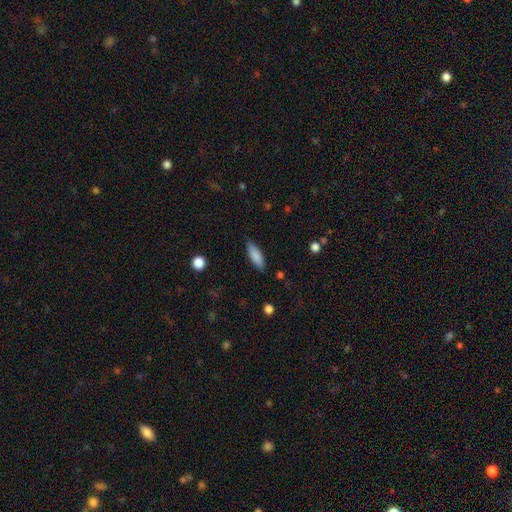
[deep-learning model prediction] This appears to be a smooth galaxy with no disk features (84%) that is in between round and cigar-shaped (56%). Merging: none (84%).